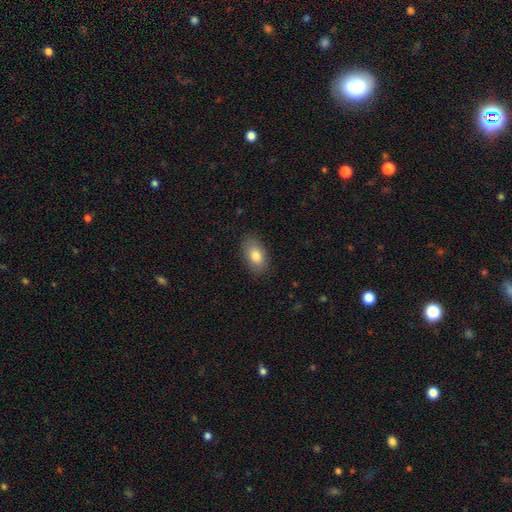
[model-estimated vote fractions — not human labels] The model was most divided on "smooth or featured": smooth: 80%, featured or disk: 12%, star or artifact: 7%. More confident: how rounded — in between (92%); merging — none (85%).